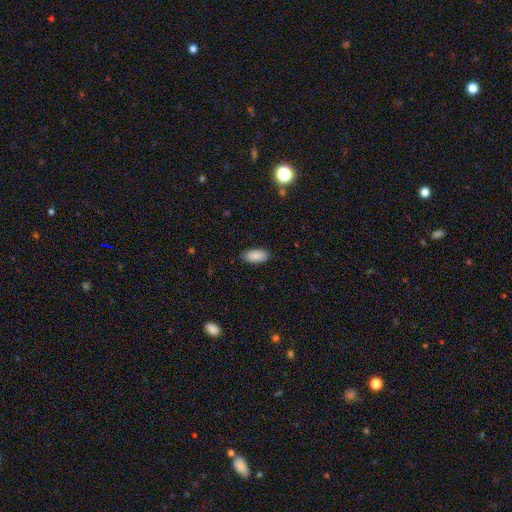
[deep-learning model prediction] A smooth galaxy with no disk features (89%) that is in between round and cigar-shaped (92%). Merging: none (87%).